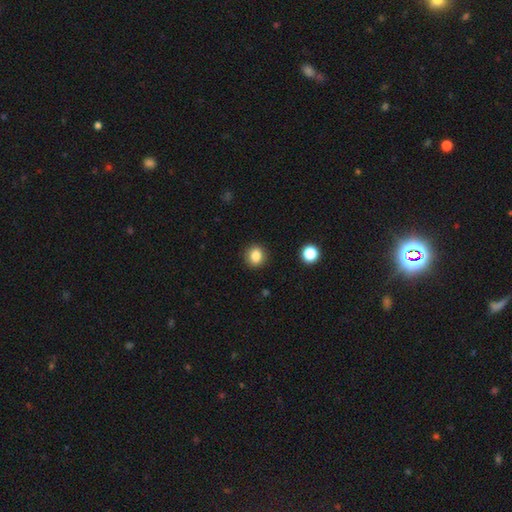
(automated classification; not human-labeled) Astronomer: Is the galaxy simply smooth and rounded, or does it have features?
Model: smooth — 85%.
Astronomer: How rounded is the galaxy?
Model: round — 81%.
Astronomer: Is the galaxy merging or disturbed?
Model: none — 90%.